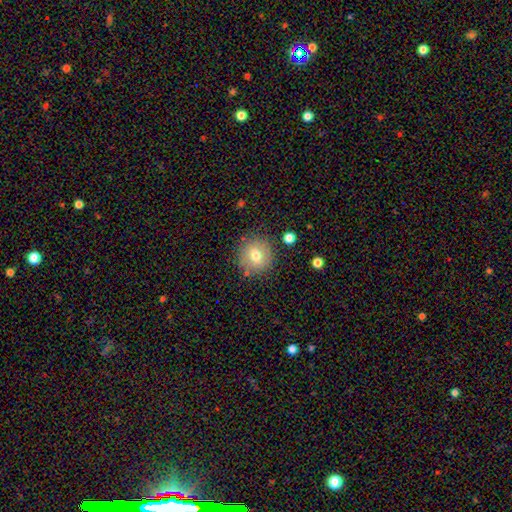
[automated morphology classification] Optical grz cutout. It shows a smooth galaxy with no disk features (72%) that is round (91%). Merging: none (83%).